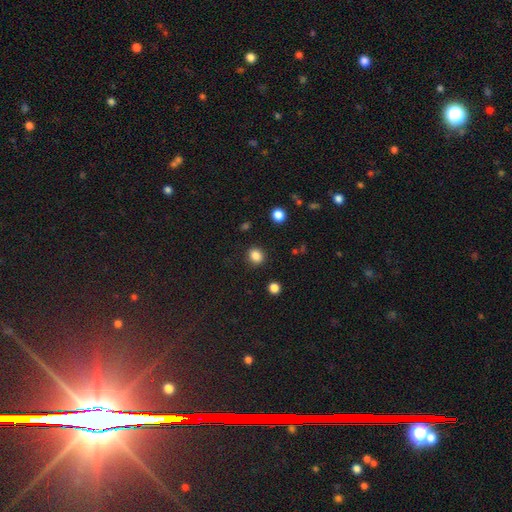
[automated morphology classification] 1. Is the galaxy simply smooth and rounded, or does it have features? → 85% smooth, 11% star or artifact, 4% featured or disk.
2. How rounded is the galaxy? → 69% round, 30% in between, 1% cigar-shaped.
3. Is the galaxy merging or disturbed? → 89% none, 7% minor disturbance, 2% major disturbance, 2% merger.